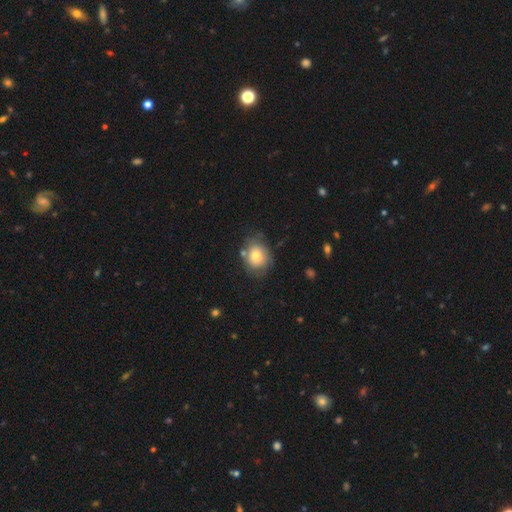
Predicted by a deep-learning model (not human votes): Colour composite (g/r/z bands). It shows a smooth galaxy with no disk features (73%) that is round (58%). Merging: none (65%).